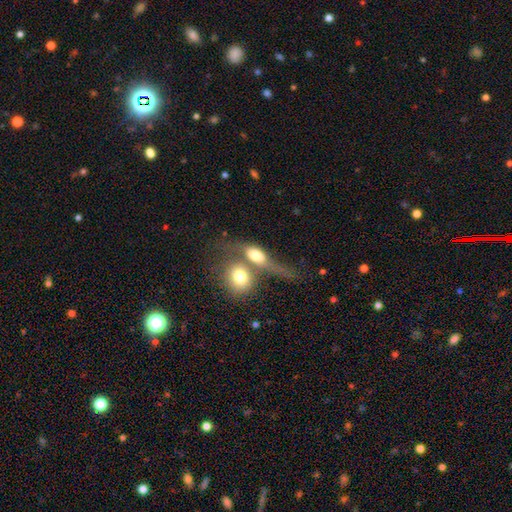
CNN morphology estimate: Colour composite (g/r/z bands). It shows a smooth galaxy with no disk features (61%) that is in between round and cigar-shaped (60%). Merging: merger (61%).